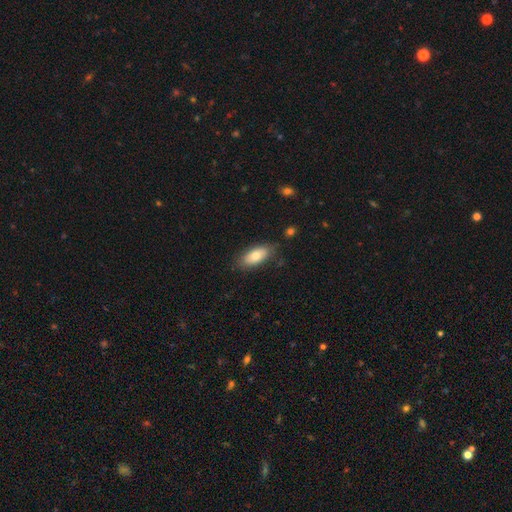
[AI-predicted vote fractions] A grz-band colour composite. It shows a smooth galaxy with no disk features (75%) that is in between round and cigar-shaped (87%). Merging: none (80%).